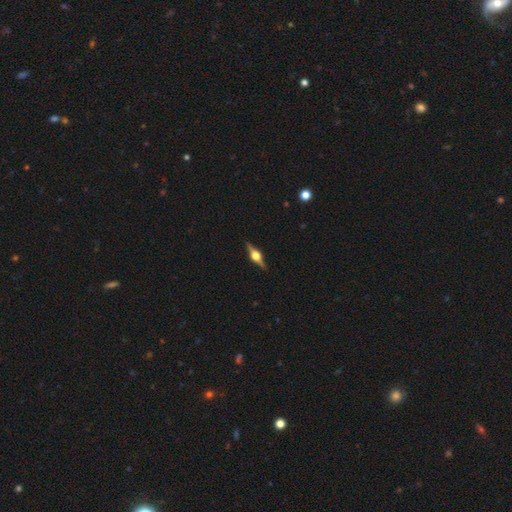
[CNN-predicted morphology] Q: Smooth or featured?
A: featured or disk (82%); runner-up: smooth (12%)
Q: Edge-on disk?
A: yes (98%); runner-up: no (2%)
Q: Edge-on bulge?
A: rounded (95%); runner-up: boxy (4%)
Q: Merging?
A: none (90%); runner-up: minor disturbance (7%)